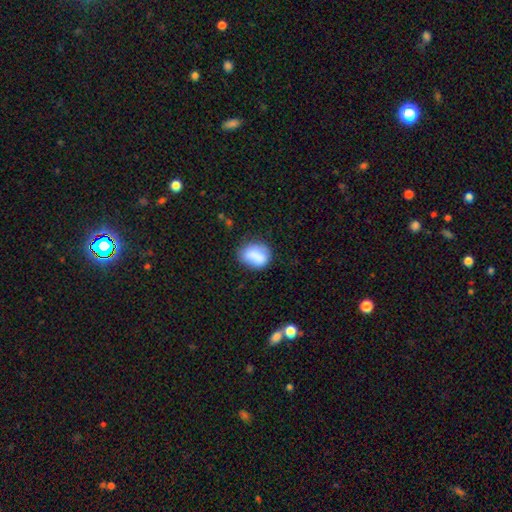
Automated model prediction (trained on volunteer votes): Smooth or featured: smooth — 85% (featured or disk — 8%)
How rounded: in between — 59% (round — 40%)
Merging: none — 67% (minor disturbance — 24%)